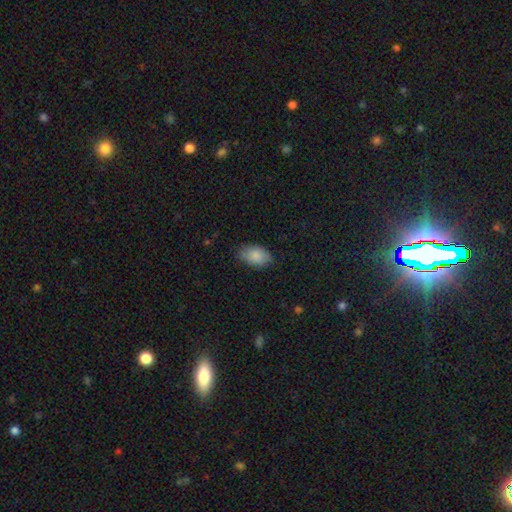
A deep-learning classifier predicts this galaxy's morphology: This appears to be a smooth galaxy with no disk features (87%) that is in between round and cigar-shaped (91%). Merging: none (82%).